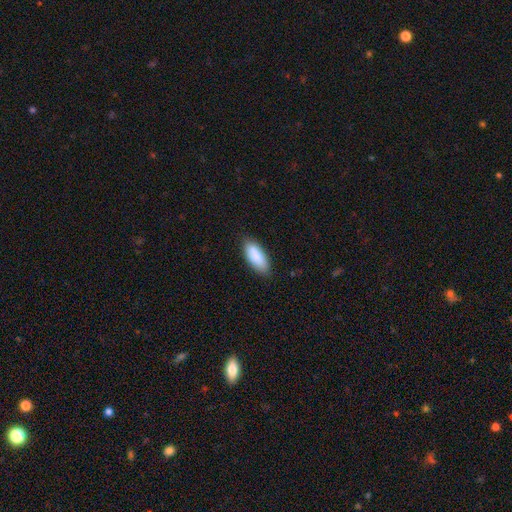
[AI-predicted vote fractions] A smooth galaxy with no disk features (87%) that is in between round and cigar-shaped (81%).

Vote fractions:
- Smooth or featured? smooth: 87% / featured or disk: 8% / star or artifact: 6%
- How rounded? in between: 81% / cigar-shaped: 17% / round: 2%
- Merging? none: 84% / minor disturbance: 13% / major disturbance: 2% / merger: 1%